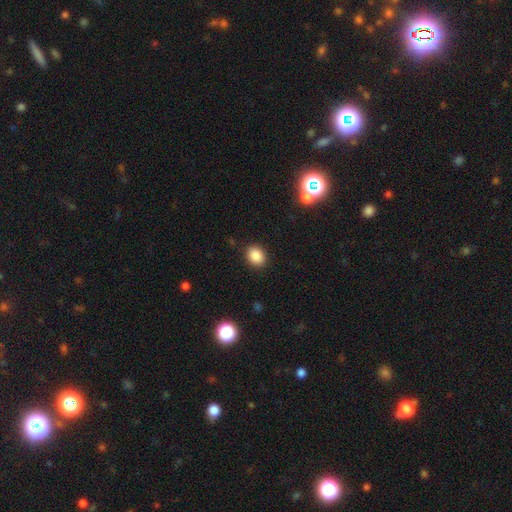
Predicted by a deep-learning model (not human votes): This is clearly a smooth galaxy (87%). How rounded: possibly in between (53%). Merging: clearly none (89%).